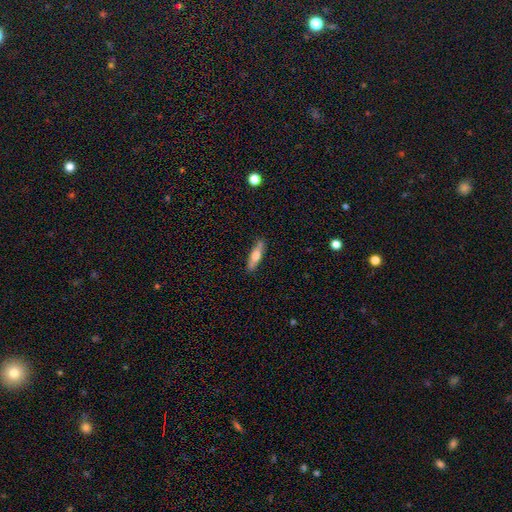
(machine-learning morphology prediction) A smooth galaxy with no disk features (59%) that is cigar-shaped (70%). Merging: none (86%).